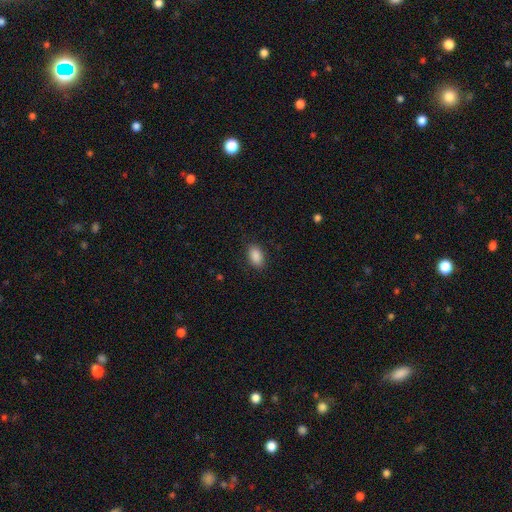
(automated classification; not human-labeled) Smooth or featured: smooth — 89% (star or artifact — 8%)
How rounded: in between — 91% (round — 7%)
Merging: none — 88% (minor disturbance — 9%)